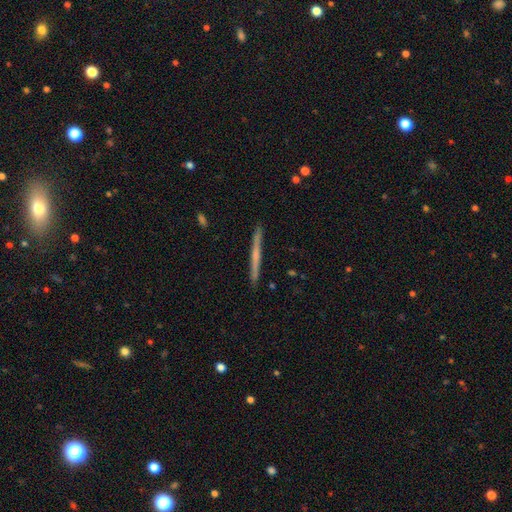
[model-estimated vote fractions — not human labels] Smooth or featured?
  - featured or disk: 56% *
  - smooth: 38%
  - star or artifact: 6%
Edge-on disk?
  - yes: 98% *
  - no: 2%
Edge-on bulge?
  - none: 72% *
  - rounded: 22%
  - boxy: 5%
Merging?
  - none: 92% *
  - minor disturbance: 6%
  - major disturbance: 1%
  - merger: 1%